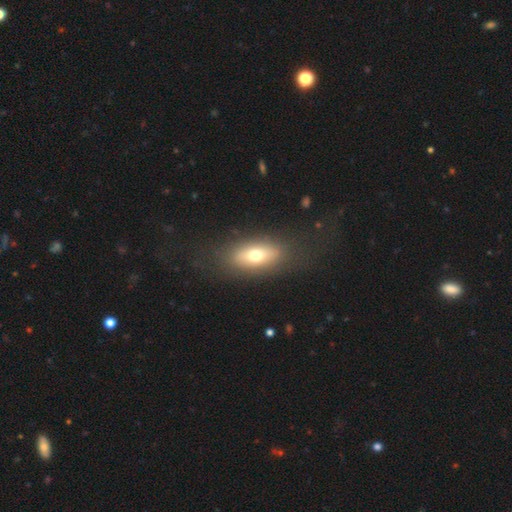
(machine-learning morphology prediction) A smooth galaxy with no disk features (63%) that is in between round and cigar-shaped (78%). Merging: none (79%).